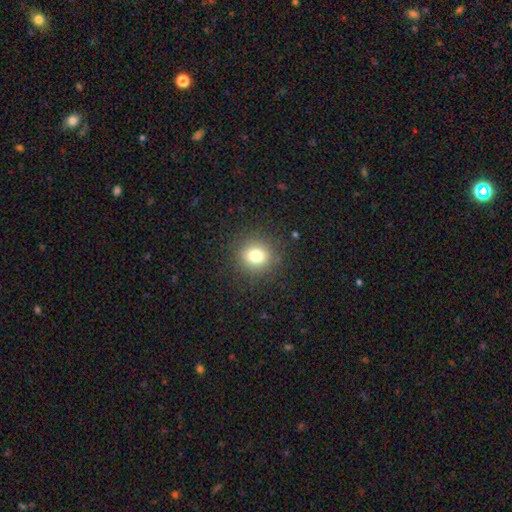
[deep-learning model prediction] Smooth or featured: smooth — 78% (star or artifact — 14%)
How rounded: round — 88% (in between — 11%)
Merging: none — 89% (minor disturbance — 7%)